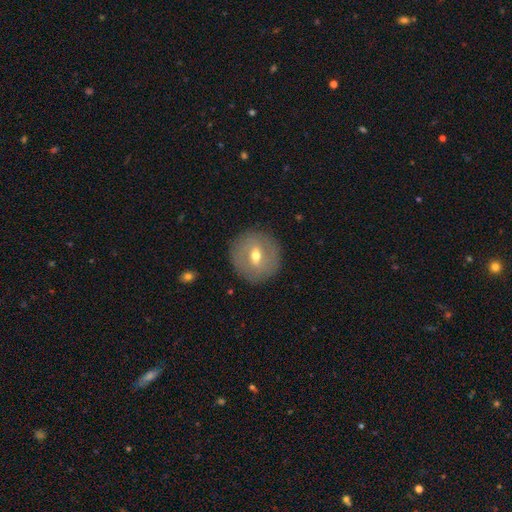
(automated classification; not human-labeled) This appears to be a featured or disk galaxy (50%). Merging: none (88%).